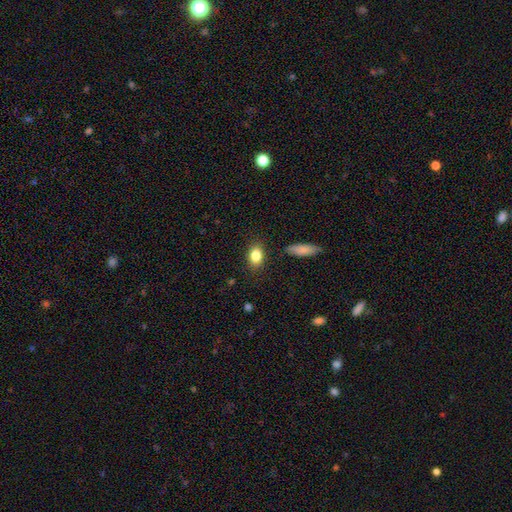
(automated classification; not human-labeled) Smooth or featured?
  - smooth: 83% *
  - star or artifact: 9%
  - featured or disk: 8%
How rounded?
  - in between: 74% *
  - round: 23%
  - cigar-shaped: 3%
Merging?
  - none: 85% *
  - minor disturbance: 10%
  - major disturbance: 3%
  - merger: 2%